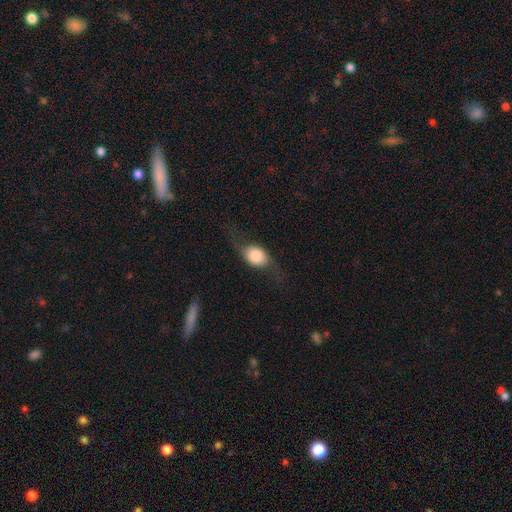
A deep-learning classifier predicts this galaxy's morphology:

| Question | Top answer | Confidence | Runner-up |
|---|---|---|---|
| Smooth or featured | smooth | 56% | featured or disk (36%) |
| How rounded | in between | 58% | round (37%) |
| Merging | none | 61% | minor disturbance (21%) |